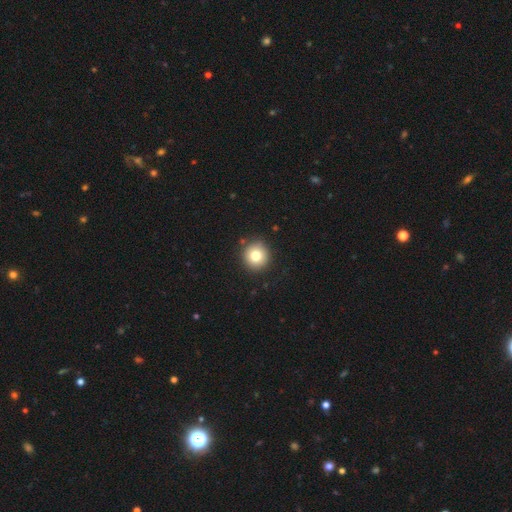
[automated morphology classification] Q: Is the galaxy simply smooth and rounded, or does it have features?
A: smooth — 78%.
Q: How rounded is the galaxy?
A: round — 94%.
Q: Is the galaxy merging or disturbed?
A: none — 89%.